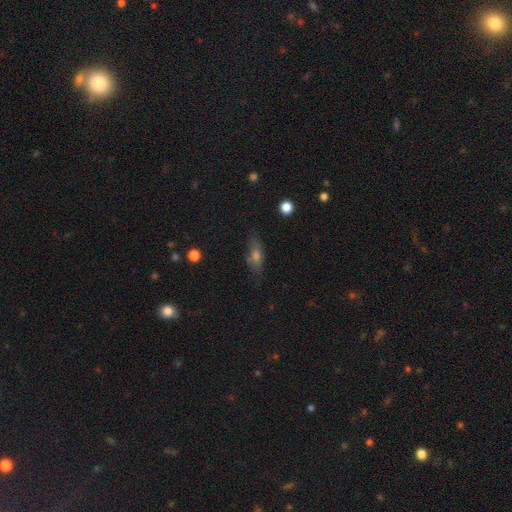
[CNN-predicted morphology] This appears to be a smooth galaxy with no disk features (53%) that is in between round and cigar-shaped (52%). Merging: none (77%).